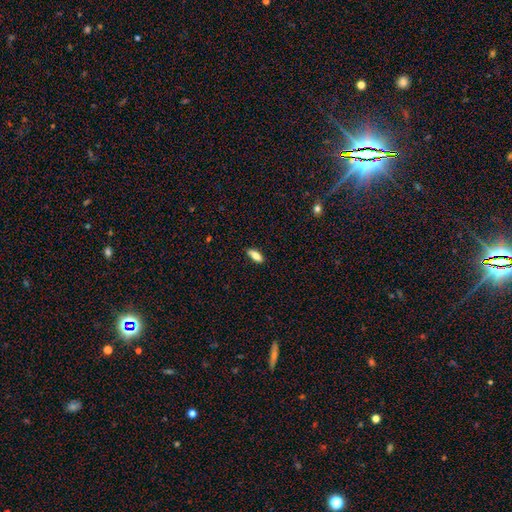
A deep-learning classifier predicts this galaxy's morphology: Smooth or featured?
  - smooth: 77% *
  - featured or disk: 16%
  - star or artifact: 7%
How rounded?
  - in between: 73% *
  - cigar-shaped: 24%
  - round: 3%
Merging?
  - none: 83% *
  - minor disturbance: 13%
  - major disturbance: 3%
  - merger: 1%